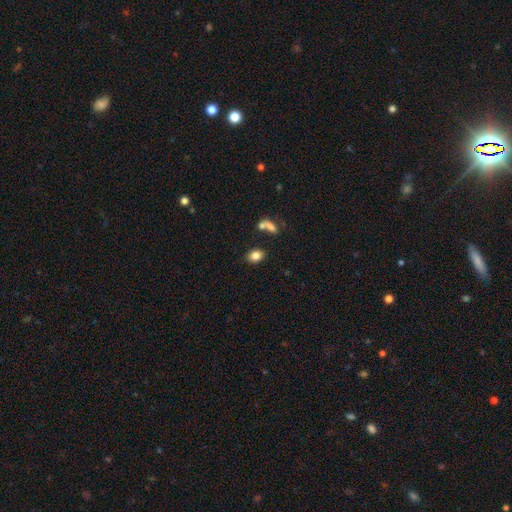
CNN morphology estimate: This appears to be a smooth galaxy with no disk features (83%) that is in between round and cigar-shaped (72%). Merging: none (78%).